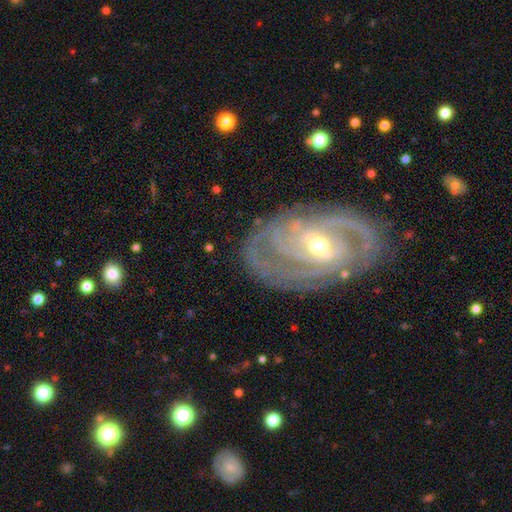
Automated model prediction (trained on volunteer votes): smooth-or-featured: featured or disk: 89% | star or artifact: 6% | smooth: 5%
  disk-edge-on: no: 96% | yes: 4%
    bar: weak: 41% | no: 31% | strong: 28%
    has-spiral-arms: yes: 97% | no: 3%
      spiral-winding: tight: 62% | medium: 31% | loose: 7%
      spiral-arm-count: 2: 27% | 3: 26% | can't tell: 20% | 4: 13% | more than 4: 7% | 1: 7%
    bulge-size: moderate: 52% | small: 44% | large: 2% | none: 1% | dominant: 1%
  merging: none: 74% | minor disturbance: 16% | major disturbance: 8% | merger: 2%